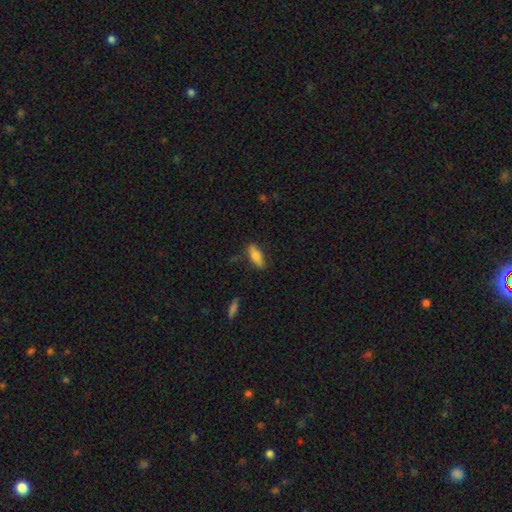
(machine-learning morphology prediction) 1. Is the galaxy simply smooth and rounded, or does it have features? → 73% smooth, 21% featured or disk, 7% star or artifact.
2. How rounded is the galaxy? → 62% in between, 36% cigar-shaped, 2% round.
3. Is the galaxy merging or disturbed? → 81% none, 14% minor disturbance, 3% major disturbance, 2% merger.